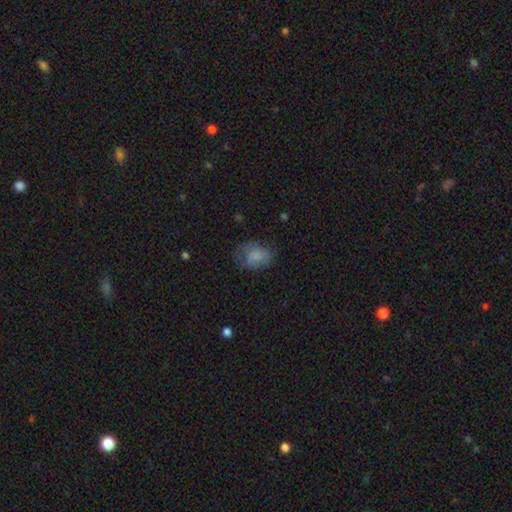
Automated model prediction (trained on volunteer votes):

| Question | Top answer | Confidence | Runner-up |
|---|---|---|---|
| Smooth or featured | smooth | 77% | featured or disk (14%) |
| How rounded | in between | 67% | round (32%) |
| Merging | none | 55% | minor disturbance (28%) |